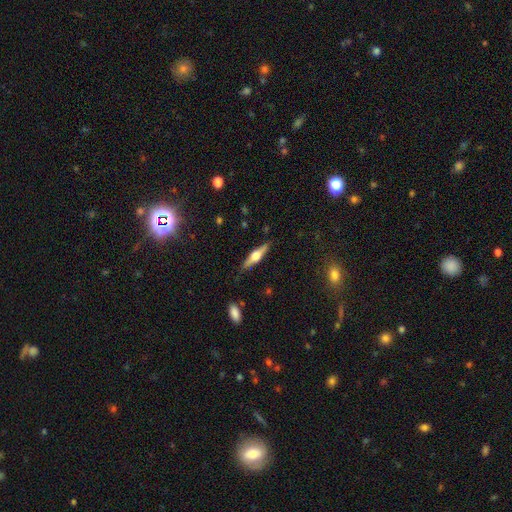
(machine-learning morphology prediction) This appears to be a featured or disk galaxy (65%) viewed edge-on (96%) with a rounded central bulge (91%). Merging: none (86%).